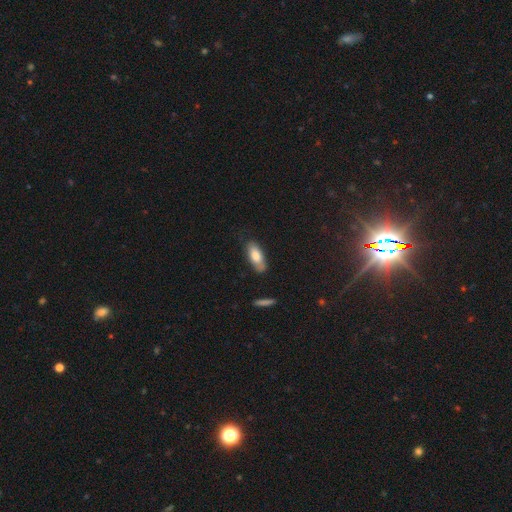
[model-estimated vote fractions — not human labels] smooth 78%, featured or disk 15%, star or artifact 6%. Down the decision tree: how rounded — in between (79%); merging — none (73%).